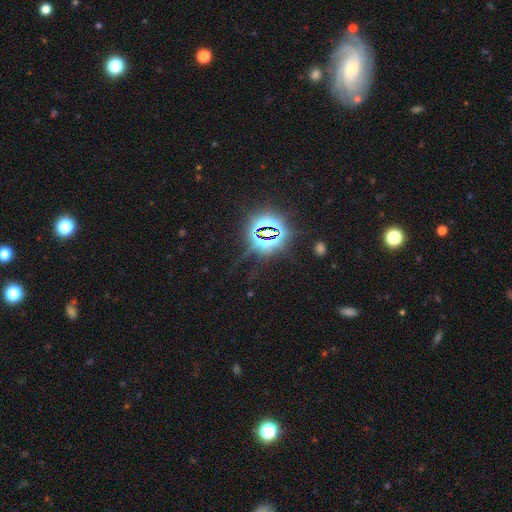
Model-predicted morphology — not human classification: Smooth or featured?
  - star or artifact: 77% *
  - smooth: 13%
  - featured or disk: 10%